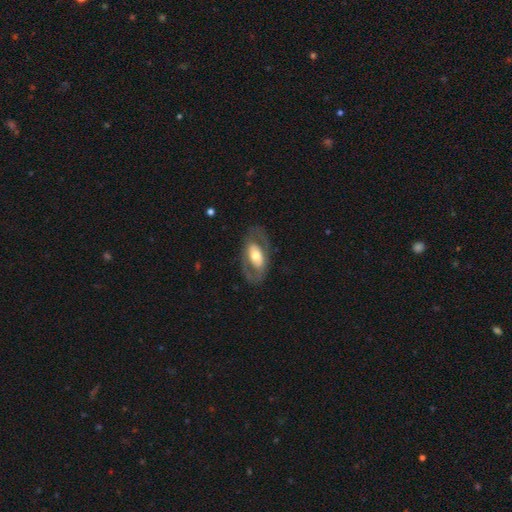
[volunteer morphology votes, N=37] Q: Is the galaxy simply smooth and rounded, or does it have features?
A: featured or disk — 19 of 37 (51%).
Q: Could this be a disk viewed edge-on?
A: no — 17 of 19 (89%).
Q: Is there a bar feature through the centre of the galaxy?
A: no — 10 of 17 (59%).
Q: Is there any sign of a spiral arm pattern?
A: yes — 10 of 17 (59%).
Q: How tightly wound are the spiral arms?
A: medium — 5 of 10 (50%).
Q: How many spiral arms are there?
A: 2 — 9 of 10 (90%).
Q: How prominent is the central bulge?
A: moderate — 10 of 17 (59%).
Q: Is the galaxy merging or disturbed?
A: none — 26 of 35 (74%).